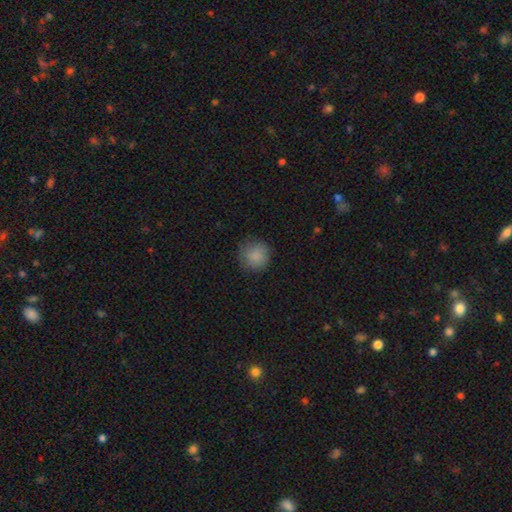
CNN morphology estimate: Q: Smooth or featured?
A: smooth (86%); runner-up: star or artifact (9%)
Q: How rounded?
A: round (93%); runner-up: in between (6%)
Q: Merging?
A: none (83%); runner-up: minor disturbance (13%)